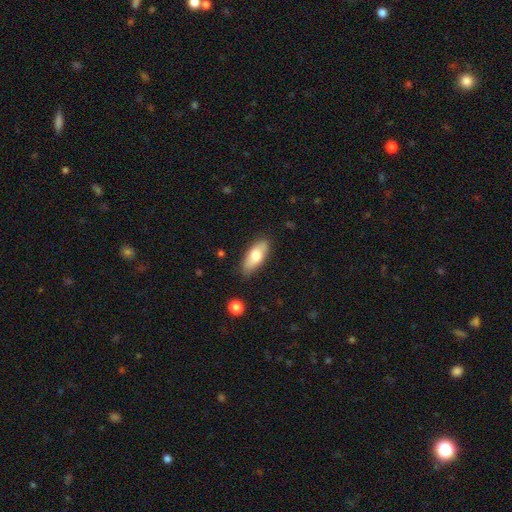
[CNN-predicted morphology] Overall: smooth (73%). How rounded: in between (79%). Merging: none (83%).